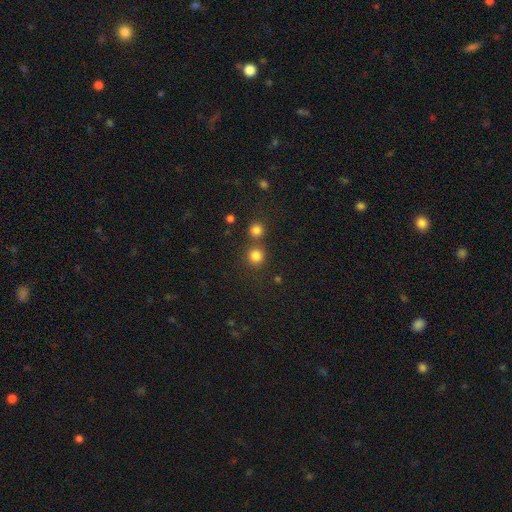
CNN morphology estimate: smooth_or_featured: smooth (p=0.81) [alt: star or artifact p=0.14]
how_rounded: round (p=0.92) [alt: in between p=0.07]
merging: none (p=0.71) [alt: merger p=0.19]